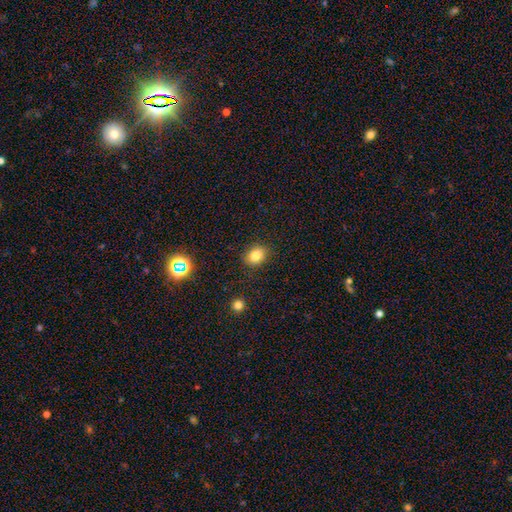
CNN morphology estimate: Smooth or featured? Predicted: smooth (p=0.82). How rounded? Predicted: in between (p=0.61). Merging? Predicted: none (p=0.86).